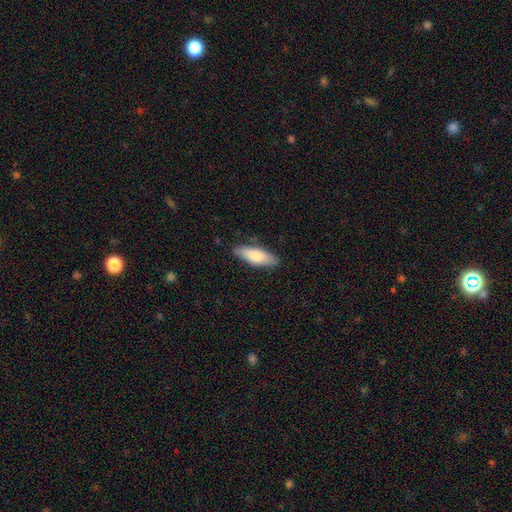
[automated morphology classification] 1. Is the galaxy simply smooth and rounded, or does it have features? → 78% smooth, 17% featured or disk, 5% star or artifact.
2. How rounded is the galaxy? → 62% in between, 36% cigar-shaped, 2% round.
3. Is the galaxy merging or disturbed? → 84% none, 13% minor disturbance, 2% major disturbance, 1% merger.